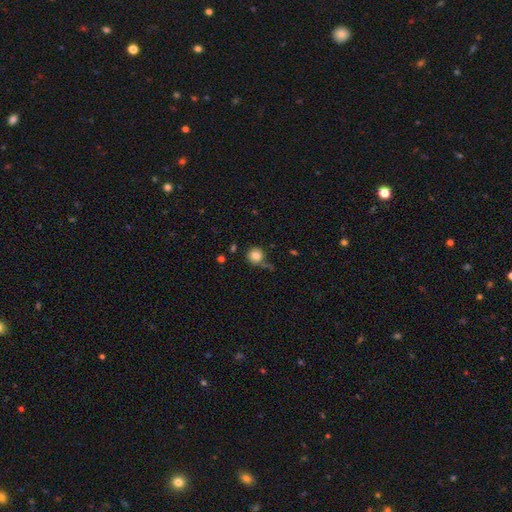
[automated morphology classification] The model was most divided on "merging": none: 64%, minor disturbance: 19%, merger: 9%, major disturbance: 8%. More confident: how rounded — round (89%); smooth or featured — smooth (82%).